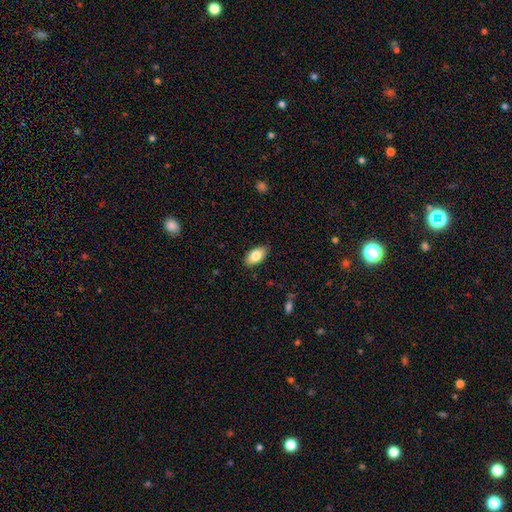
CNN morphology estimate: Smooth or featured?
  - smooth: 84% *
  - featured or disk: 10%
  - star or artifact: 7%
How rounded?
  - in between: 93% *
  - round: 4%
  - cigar-shaped: 3%
Merging?
  - none: 86% *
  - minor disturbance: 11%
  - major disturbance: 2%
  - merger: 1%